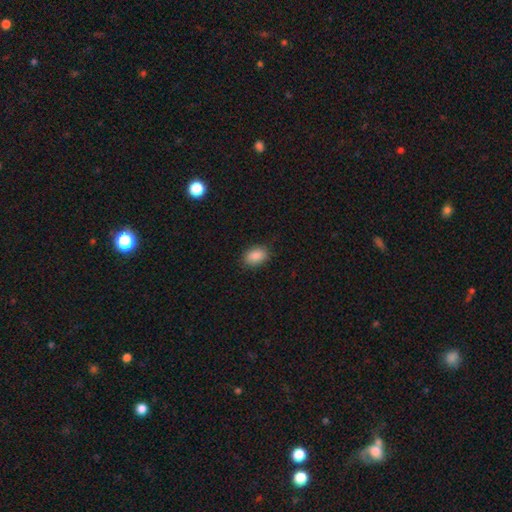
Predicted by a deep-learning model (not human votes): This appears to be a smooth galaxy with no disk features (88%) that is in between round and cigar-shaped (85%). Merging: none (85%).